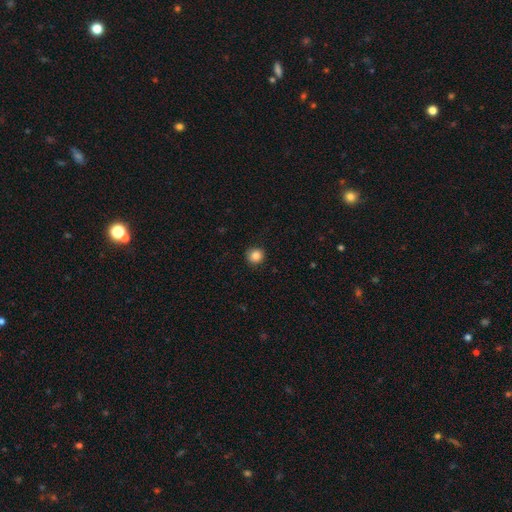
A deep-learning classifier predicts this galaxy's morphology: A smooth galaxy with no disk features (85%) that is round (94%). Merging: none (91%).